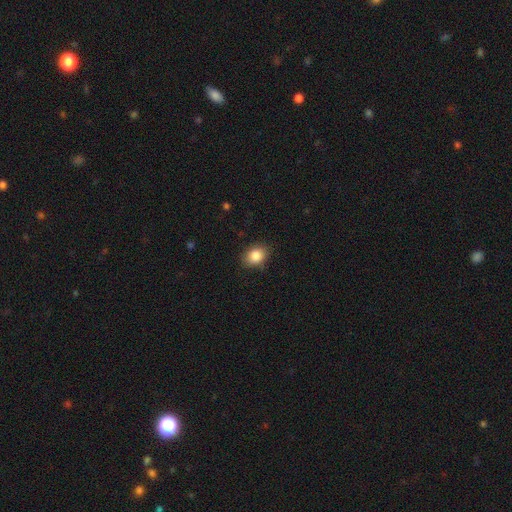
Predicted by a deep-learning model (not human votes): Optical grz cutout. It shows a smooth galaxy with no disk features (86%) that is in between round and cigar-shaped (64%). Merging: none (84%).